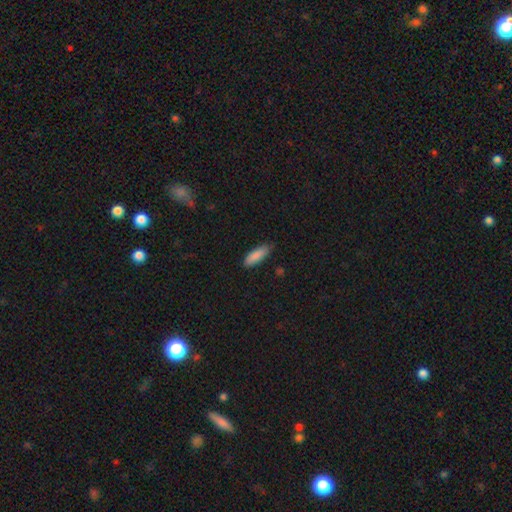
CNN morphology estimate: Smooth or featured? Predicted: smooth (p=0.88). How rounded? Predicted: in between (p=0.56). Merging? Predicted: none (p=0.76).